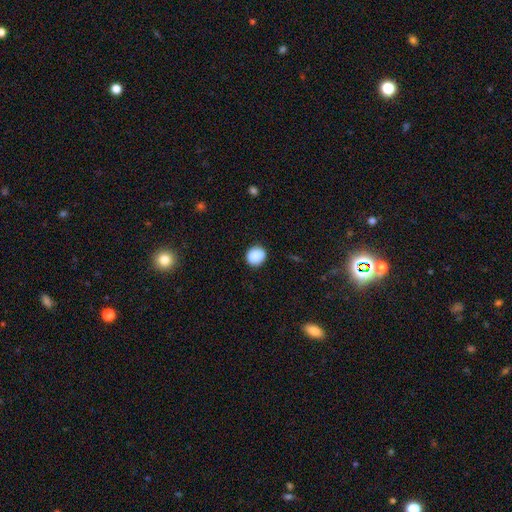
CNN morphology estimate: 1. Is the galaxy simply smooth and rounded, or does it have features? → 89% smooth, 8% star or artifact, 3% featured or disk.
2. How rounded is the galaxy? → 71% round, 28% in between, 1% cigar-shaped.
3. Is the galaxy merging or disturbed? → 87% none, 10% minor disturbance, 3% major disturbance, 1% merger.